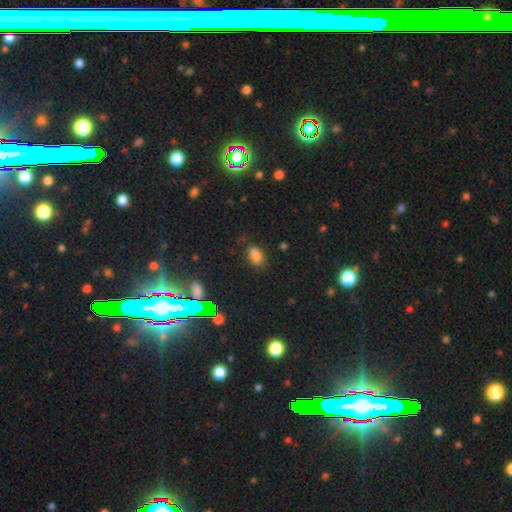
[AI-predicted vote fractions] Smooth or featured? Predicted: smooth (p=0.72). How rounded? Predicted: in between (p=0.85). Merging? Predicted: none (p=0.69).